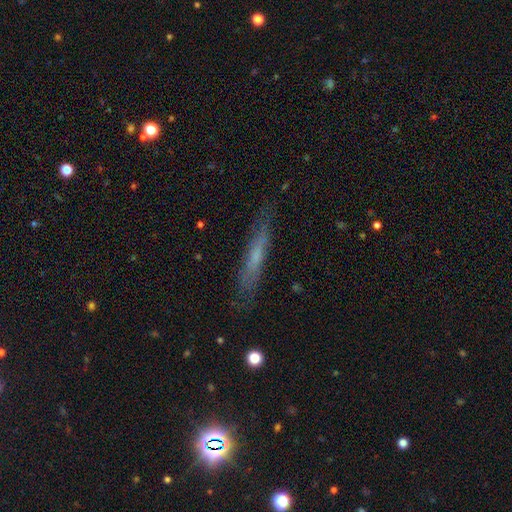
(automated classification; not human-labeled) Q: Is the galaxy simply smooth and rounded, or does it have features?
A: smooth — 46%, tied with featured or disk.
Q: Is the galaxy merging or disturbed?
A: none — 80%.